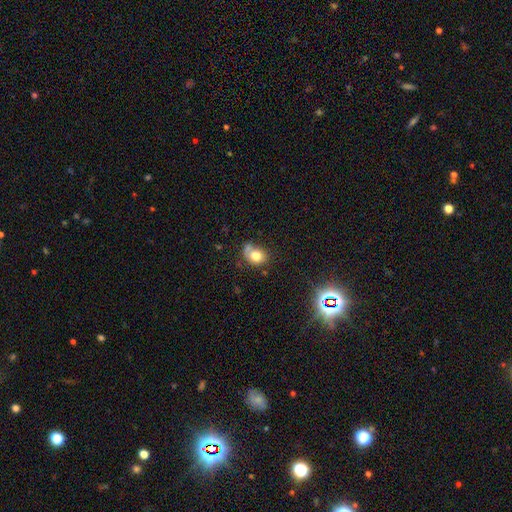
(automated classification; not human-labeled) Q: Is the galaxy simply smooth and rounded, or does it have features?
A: smooth — 77%.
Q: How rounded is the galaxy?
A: in between — 53%.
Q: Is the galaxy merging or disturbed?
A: none — 49%.